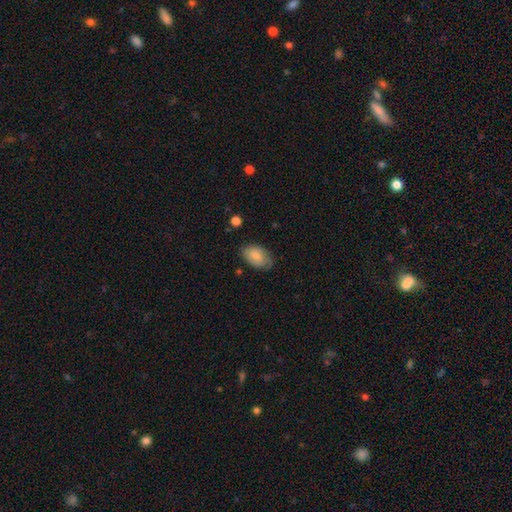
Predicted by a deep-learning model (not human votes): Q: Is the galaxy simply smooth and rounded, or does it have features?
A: smooth — 82%.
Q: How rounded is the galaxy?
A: in between — 90%.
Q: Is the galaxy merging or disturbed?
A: none — 70%.